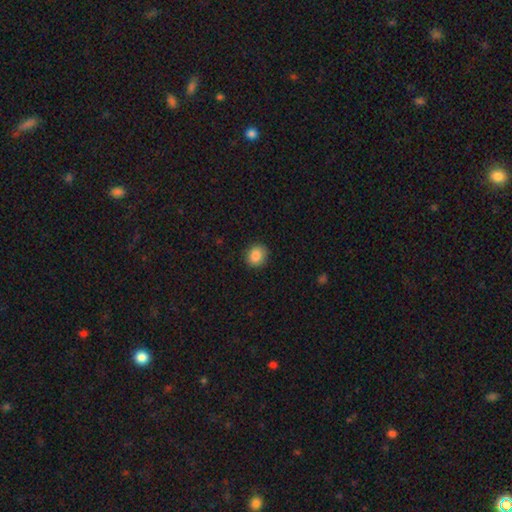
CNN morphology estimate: This is clearly a smooth galaxy (87%). How rounded: likely round (74%). Merging: clearly none (87%).